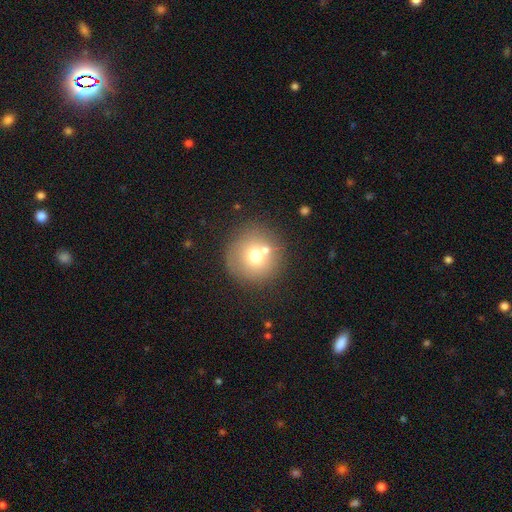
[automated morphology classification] This appears to be a smooth galaxy with no disk features (69%) that is round (95%). Merging: none (74%).